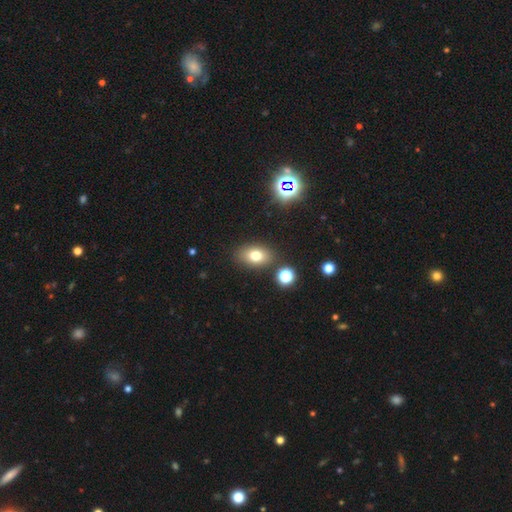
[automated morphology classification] This is likely a smooth galaxy (75%). How rounded: clearly in between (82%). Merging: clearly none (83%).